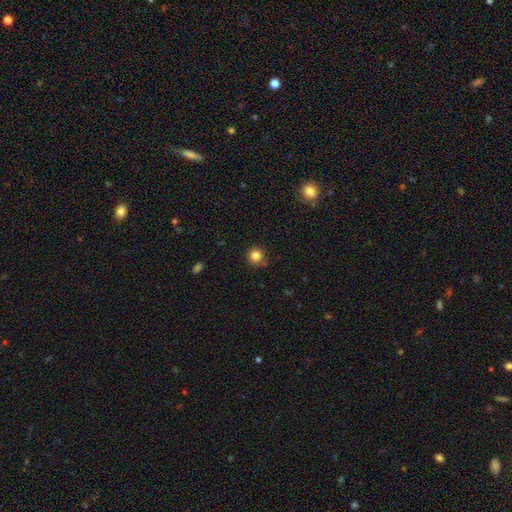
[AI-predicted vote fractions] This appears to be a smooth galaxy with no disk features (82%) that is round (94%). Merging: none (85%).